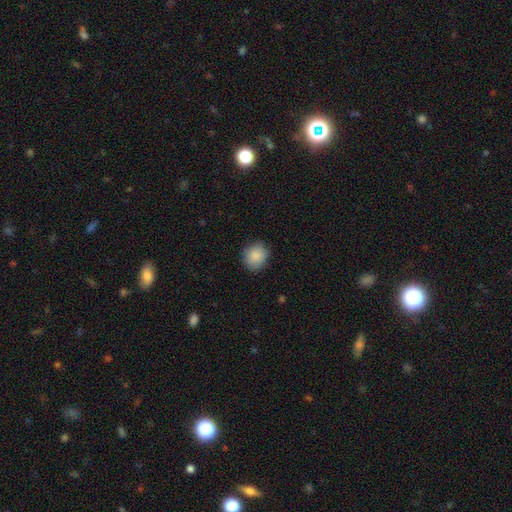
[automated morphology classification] A smooth galaxy with no disk features (88%) that is round (75%).

Vote fractions:
- Smooth or featured? smooth: 88% / star or artifact: 7% / featured or disk: 4%
- How rounded? round: 75% / in between: 24% / cigar-shaped: 1%
- Merging? none: 85% / minor disturbance: 12% / major disturbance: 3% / merger: 1%